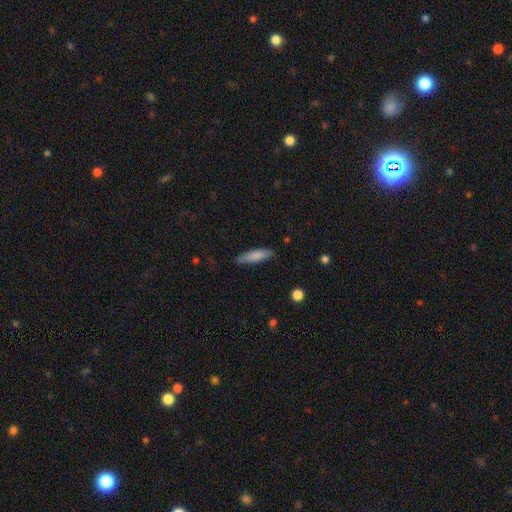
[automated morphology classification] smooth 80%, featured or disk 14%, star or artifact 6%. Down the decision tree: how rounded — cigar-shaped (75%); merging — none (84%).